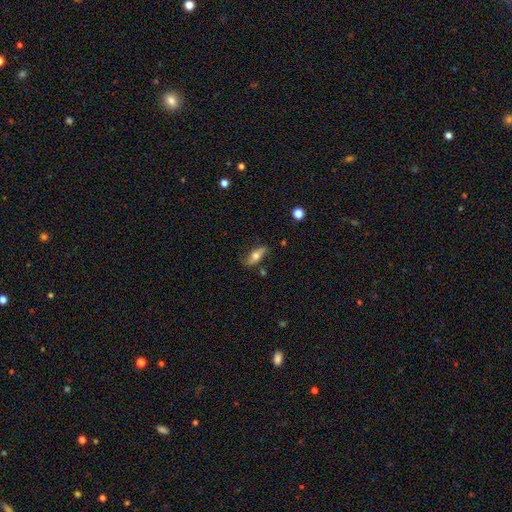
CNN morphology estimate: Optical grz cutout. It shows a smooth galaxy with no disk features (50%). Merging: none (74%).